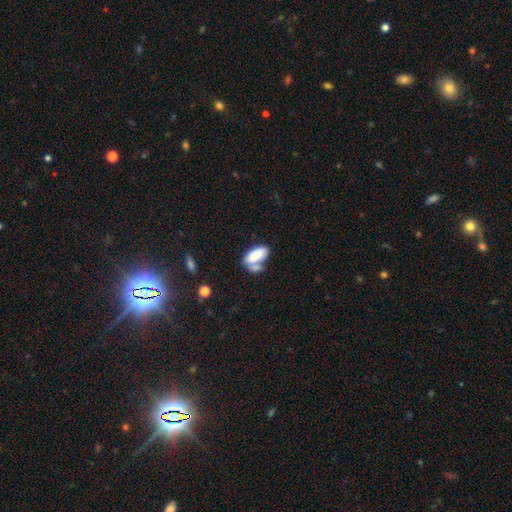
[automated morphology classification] Overall: smooth (82%). How rounded: in between (91%). Merging: merger (40%; none 37%).